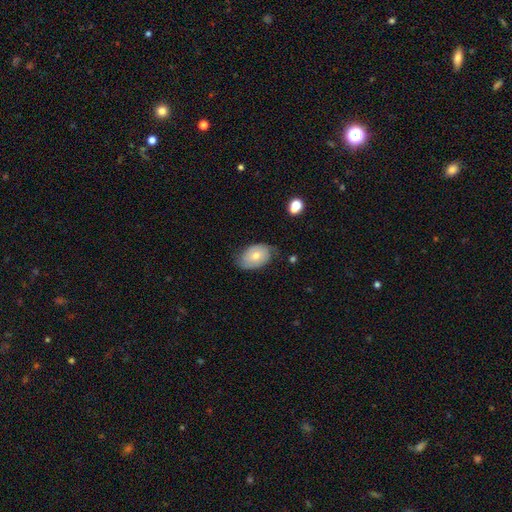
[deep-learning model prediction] A smooth galaxy with no disk features (57%) that is in between round and cigar-shaped (85%).

Vote fractions:
- Smooth or featured? smooth: 57% / featured or disk: 36% / star or artifact: 7%
- How rounded? in between: 85% / round: 14% / cigar-shaped: 1%
- Merging? none: 65% / minor disturbance: 27% / major disturbance: 7% / merger: 2%